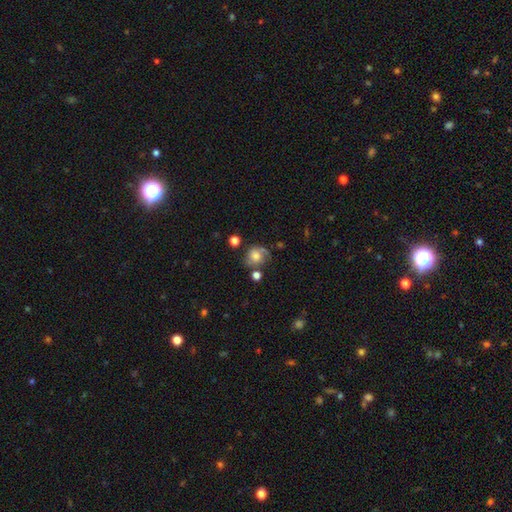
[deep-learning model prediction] Overall: smooth (52%; featured or disk 37%). How rounded: round (70%). Merging: none (52%; minor disturbance 24%).